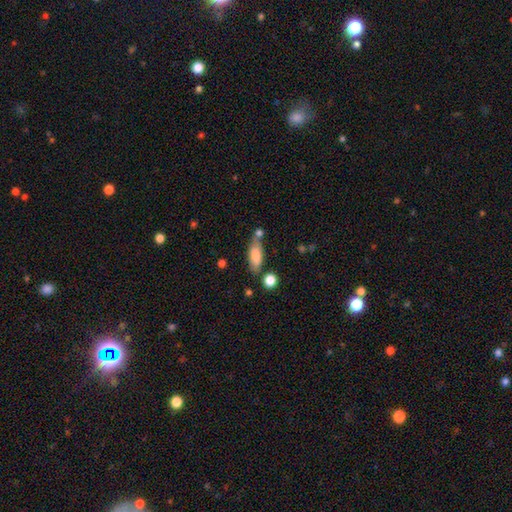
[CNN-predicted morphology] Smooth or featured? smooth (81%)
How rounded? in between (66%)
Merging? none (59%)